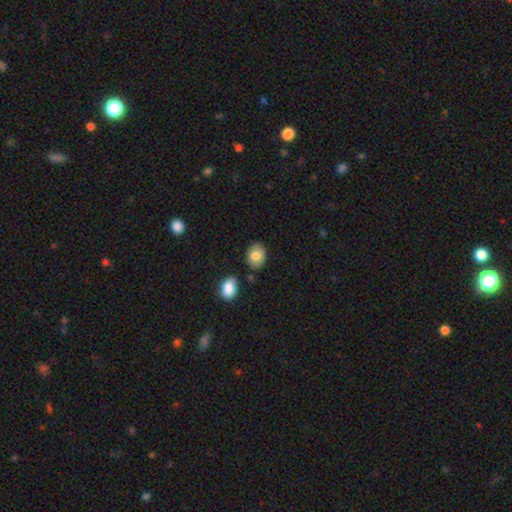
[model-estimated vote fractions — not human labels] smooth_or_featured: smooth (p=0.81) [alt: featured or disk p=0.11]
how_rounded: in between (p=0.62) [alt: round p=0.37]
merging: none (p=0.80) [alt: minor disturbance p=0.12]